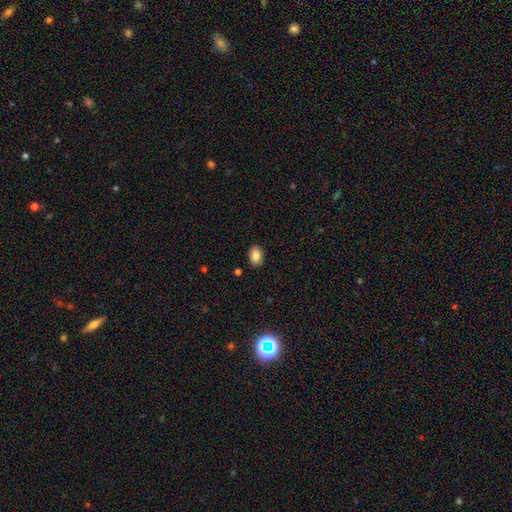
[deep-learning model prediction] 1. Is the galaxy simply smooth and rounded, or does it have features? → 87% smooth, 9% star or artifact, 4% featured or disk.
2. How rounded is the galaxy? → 84% in between, 15% round, 1% cigar-shaped.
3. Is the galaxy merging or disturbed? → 87% none, 9% minor disturbance, 2% major disturbance, 1% merger.